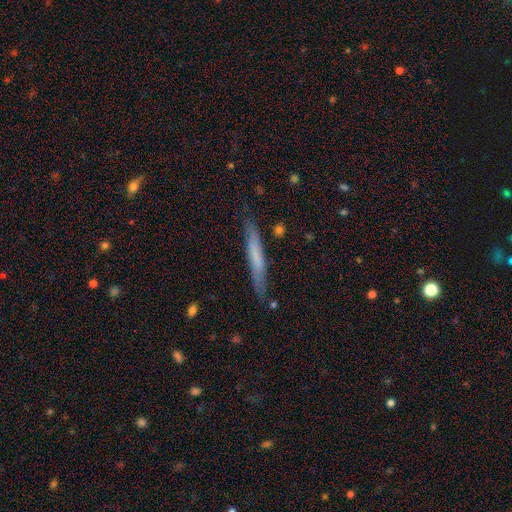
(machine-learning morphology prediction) Smooth or featured?
  - smooth: 57% *
  - featured or disk: 36%
  - star or artifact: 6%
How rounded?
  - cigar-shaped: 95% *
  - in between: 4%
  - round: 1%
Merging?
  - none: 81% *
  - minor disturbance: 15%
  - major disturbance: 3%
  - merger: 2%